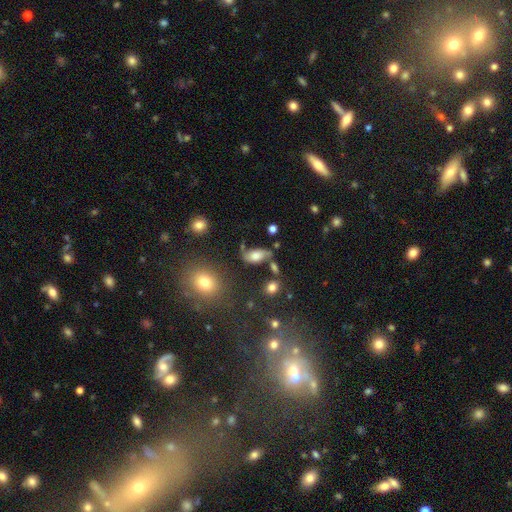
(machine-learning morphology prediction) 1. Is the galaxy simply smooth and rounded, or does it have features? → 62% smooth, 27% featured or disk, 11% star or artifact.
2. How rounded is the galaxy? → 89% in between, 6% round, 5% cigar-shaped.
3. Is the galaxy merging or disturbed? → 52% none, 24% minor disturbance, 13% merger, 12% major disturbance.